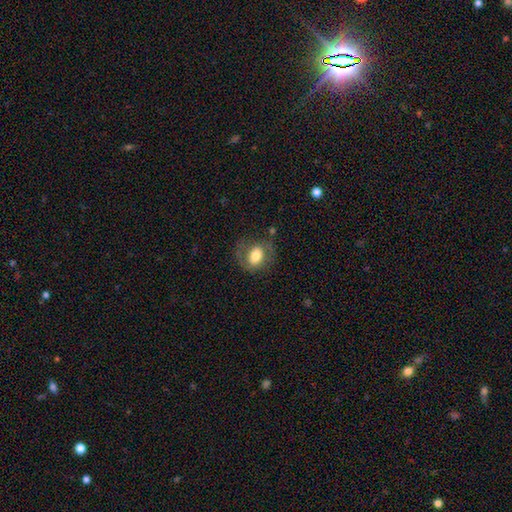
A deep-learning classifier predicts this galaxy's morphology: A smooth galaxy with no disk features (59%) that is in between round and cigar-shaped (60%). Merging: none (63%).